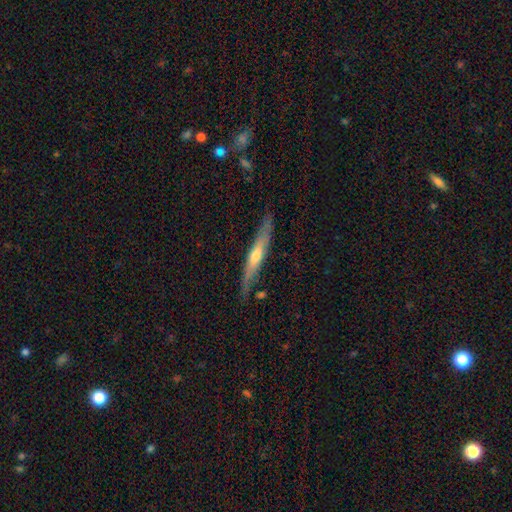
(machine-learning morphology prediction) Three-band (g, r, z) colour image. It shows a featured or disk galaxy (62%) viewed edge-on (91%) with a rounded central bulge (73%). Merging: none (82%).